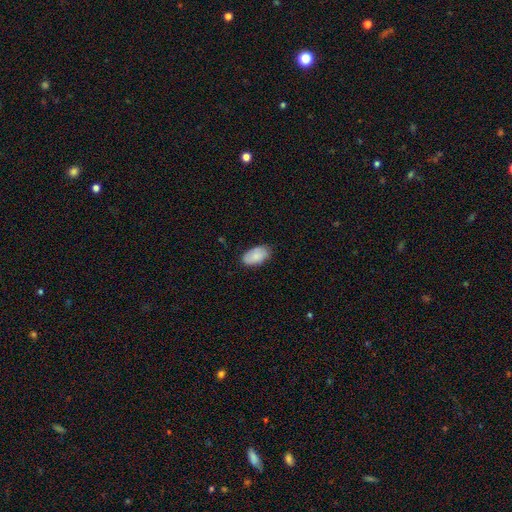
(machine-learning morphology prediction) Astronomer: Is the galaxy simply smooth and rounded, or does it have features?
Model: smooth — 84%.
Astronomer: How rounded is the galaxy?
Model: in between — 95%.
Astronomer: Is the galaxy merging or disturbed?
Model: none — 80%.